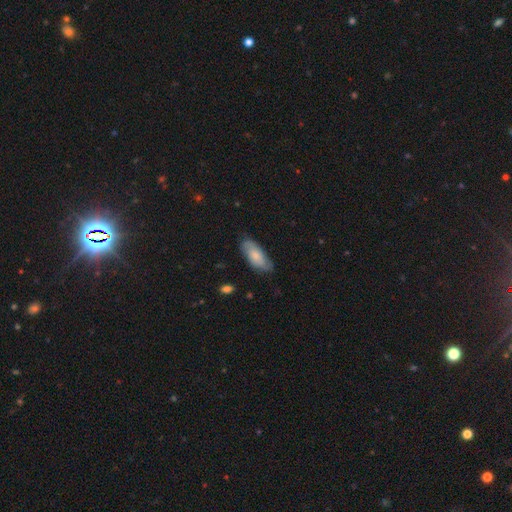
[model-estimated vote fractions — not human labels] The model was most divided on "smooth or featured": smooth: 73%, featured or disk: 21%, star or artifact: 6%. More confident: how rounded — in between (80%); merging — none (76%).